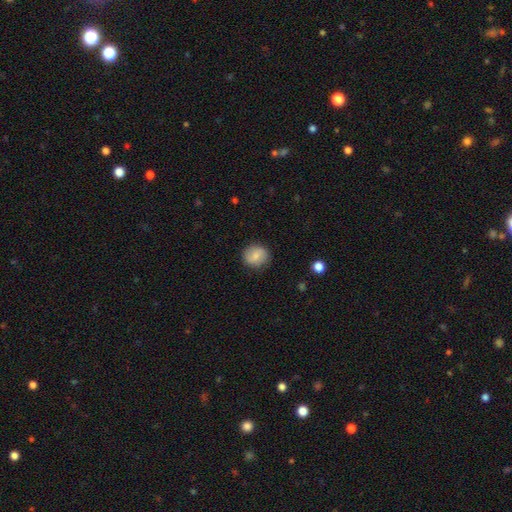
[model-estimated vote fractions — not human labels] A smooth galaxy with no disk features (73%) that is round (79%). Merging: none (86%).